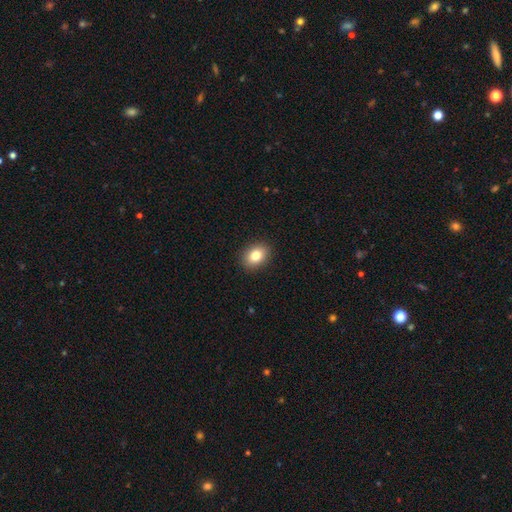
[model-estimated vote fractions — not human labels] A smooth galaxy with no disk features (83%) that is in between round and cigar-shaped (69%).

Vote fractions:
- Smooth or featured? smooth: 83% / star or artifact: 9% / featured or disk: 8%
- How rounded? in between: 69% / round: 29% / cigar-shaped: 1%
- Merging? none: 90% / minor disturbance: 7% / major disturbance: 2% / merger: 1%